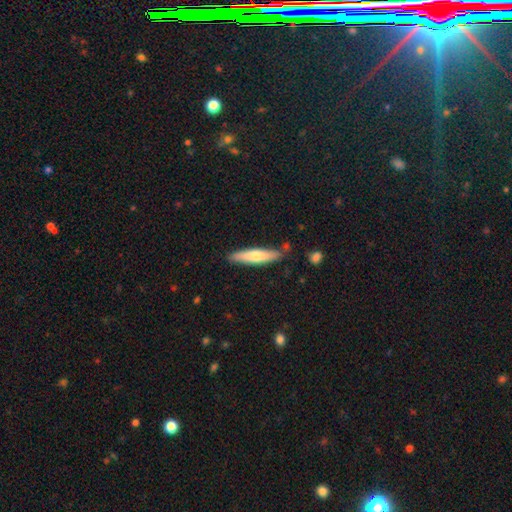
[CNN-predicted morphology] Smooth or featured? smooth (67%)
How rounded? cigar-shaped (85%)
Merging? none (82%)